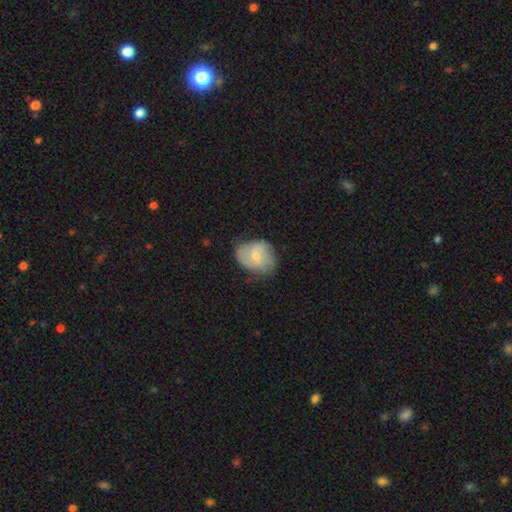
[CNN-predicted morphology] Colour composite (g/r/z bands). It shows a featured or disk galaxy (47%, tied with smooth). Merging: none (62%).